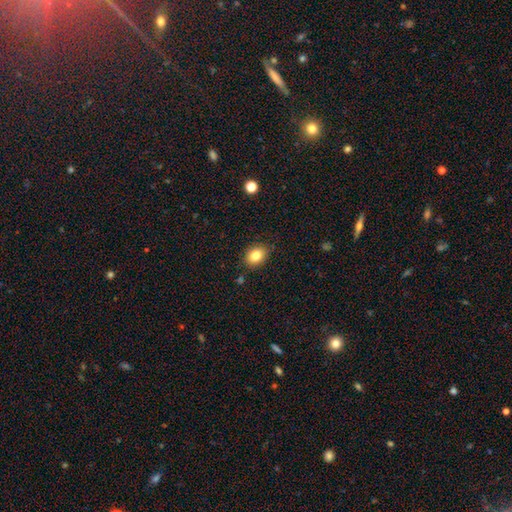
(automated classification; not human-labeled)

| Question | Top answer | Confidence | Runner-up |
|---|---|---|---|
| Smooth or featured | smooth | 82% | star or artifact (9%) |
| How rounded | in between | 65% | round (34%) |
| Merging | none | 85% | minor disturbance (11%) |